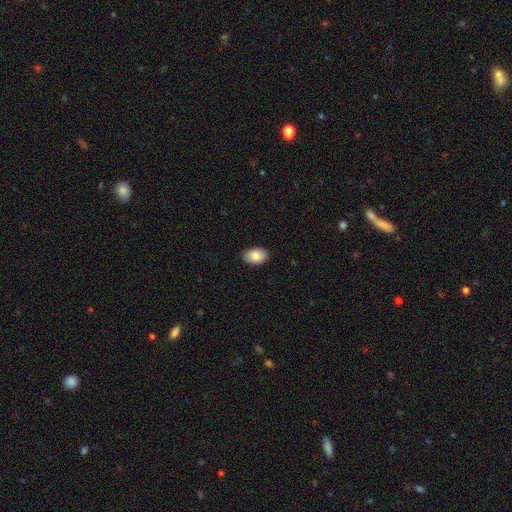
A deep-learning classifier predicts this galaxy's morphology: This is clearly a smooth galaxy (86%). How rounded: clearly in between (88%). Merging: clearly none (89%).